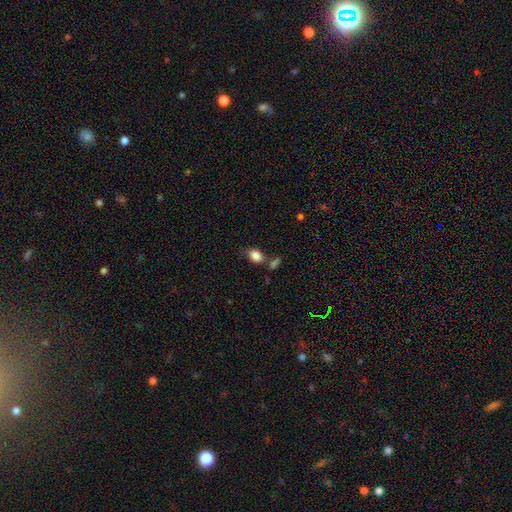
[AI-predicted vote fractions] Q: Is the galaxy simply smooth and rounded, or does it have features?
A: smooth — 85%.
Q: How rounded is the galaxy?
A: in between — 78%.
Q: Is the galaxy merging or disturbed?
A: none — 55%.